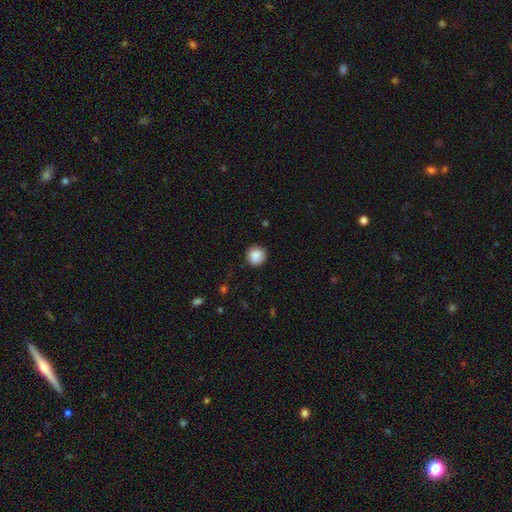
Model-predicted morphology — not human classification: This is clearly a smooth galaxy (88%). How rounded: clearly round (93%). Merging: clearly none (88%).